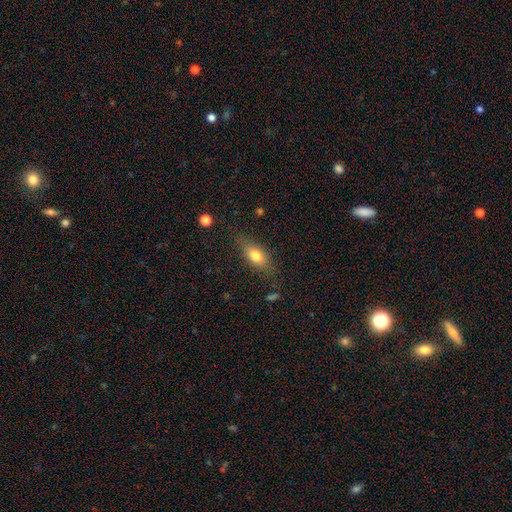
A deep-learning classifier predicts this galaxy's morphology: Smooth or featured?
  - smooth: 74% *
  - featured or disk: 17%
  - star or artifact: 8%
How rounded?
  - in between: 77% *
  - cigar-shaped: 14%
  - round: 9%
Merging?
  - none: 75% *
  - minor disturbance: 18%
  - major disturbance: 5%
  - merger: 2%